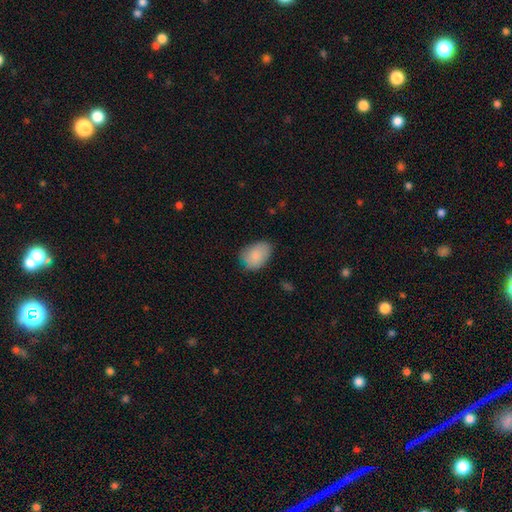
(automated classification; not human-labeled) This is clearly a smooth galaxy (85%). How rounded: clearly in between (82%). Merging: likely none (66%).